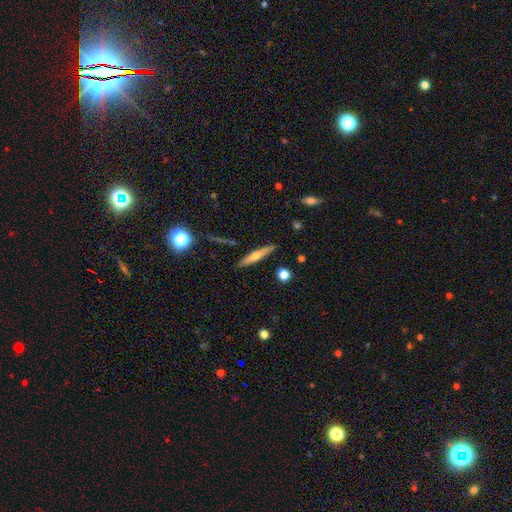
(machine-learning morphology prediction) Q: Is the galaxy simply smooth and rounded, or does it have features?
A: featured or disk — 51%.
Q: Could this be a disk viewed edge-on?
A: yes — 94%.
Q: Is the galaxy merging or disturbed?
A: none — 87%.